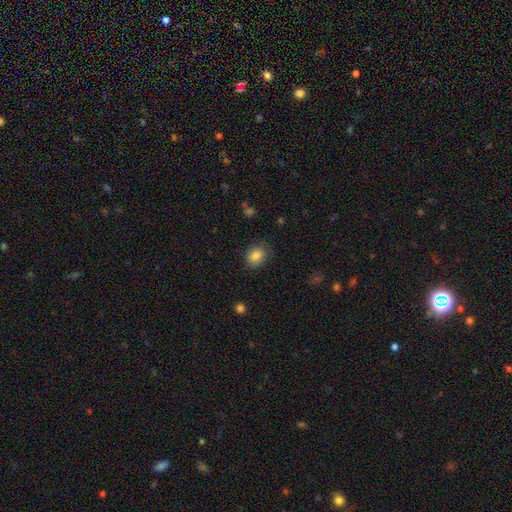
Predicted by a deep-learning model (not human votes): The model was most divided on "how rounded": round: 54%, in between: 45%, cigar-shaped: 1%. More confident: smooth or featured — smooth (85%); merging — none (79%).